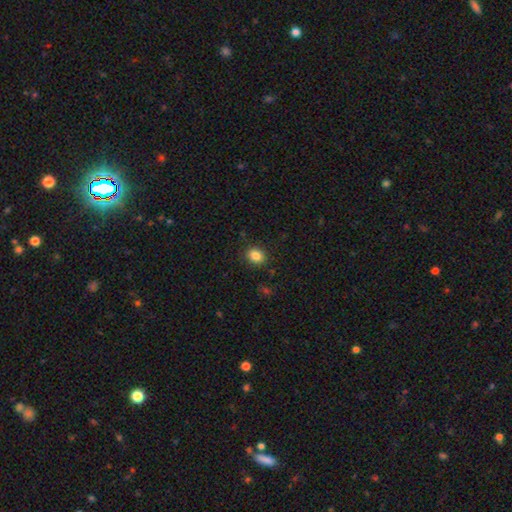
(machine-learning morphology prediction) Overall: smooth (84%). How rounded: round (61%; in between 38%). Merging: none (88%).